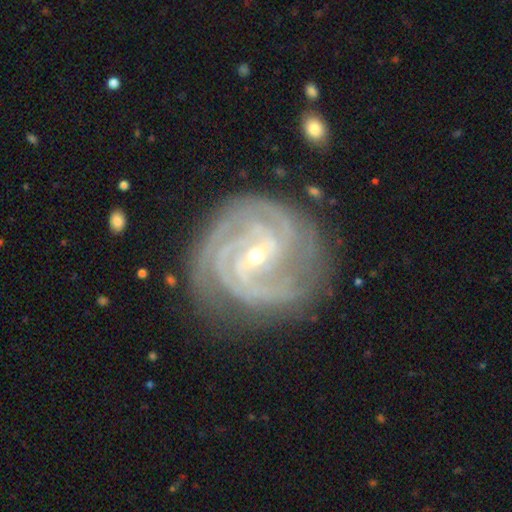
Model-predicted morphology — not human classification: Smooth or featured? Predicted: featured or disk (p=0.92). Edge-on disk? Predicted: no (p=0.97). Bar? Predicted: weak (p=0.45). Spiral arms? Predicted: yes (p=0.98). Spiral winding? Predicted: tight (p=0.75). Spiral arm count? Predicted: 3 (p=0.33). Bulge size? Predicted: small (p=0.69). Merging? Predicted: none (p=0.77).